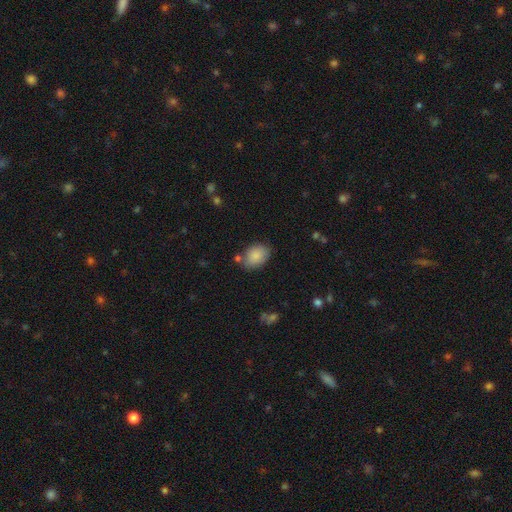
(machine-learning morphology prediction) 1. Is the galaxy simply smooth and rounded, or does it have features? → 87% smooth, 7% star or artifact, 6% featured or disk.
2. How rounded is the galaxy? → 77% in between, 22% round, 1% cigar-shaped.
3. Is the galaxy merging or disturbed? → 73% none, 17% minor disturbance, 6% merger, 4% major disturbance.